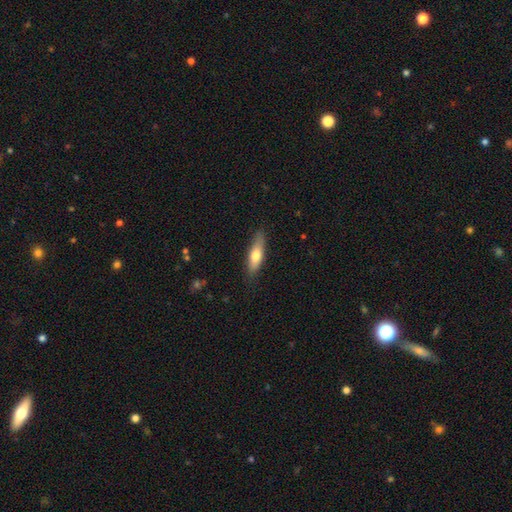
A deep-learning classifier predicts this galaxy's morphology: Smooth or featured? smooth (65%)
How rounded? cigar-shaped (59%)
Merging? none (82%)